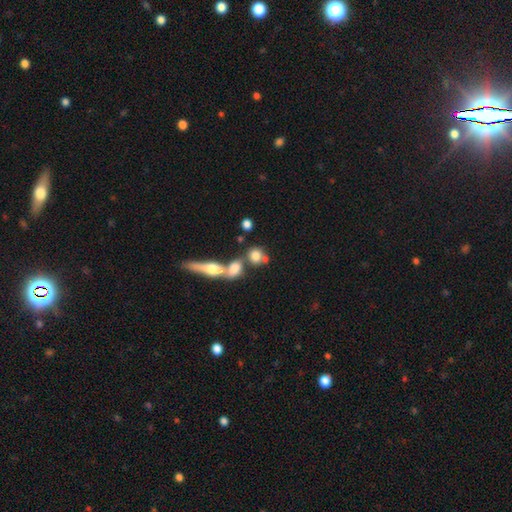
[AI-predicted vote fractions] This is likely a smooth galaxy (73%). How rounded: likely round (68%). Merging: marginally none (44%).